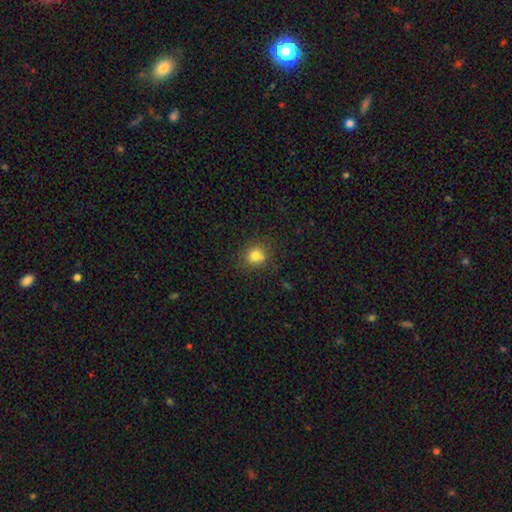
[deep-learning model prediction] This is likely a smooth galaxy (79%). How rounded: likely round (75%). Merging: likely none (79%).